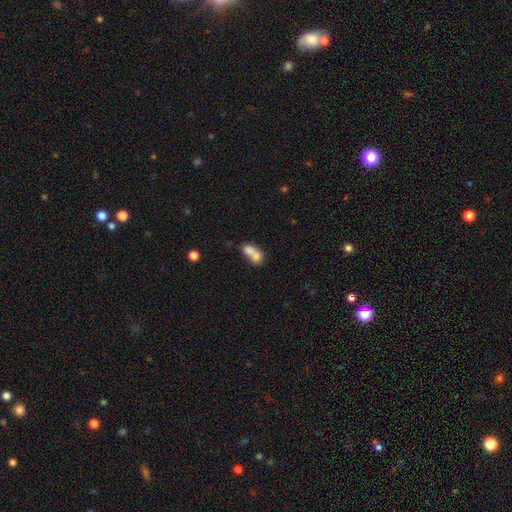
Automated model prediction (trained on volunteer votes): A smooth galaxy with no disk features (72%) that is in between round and cigar-shaped (65%). Merging: merger (70%).